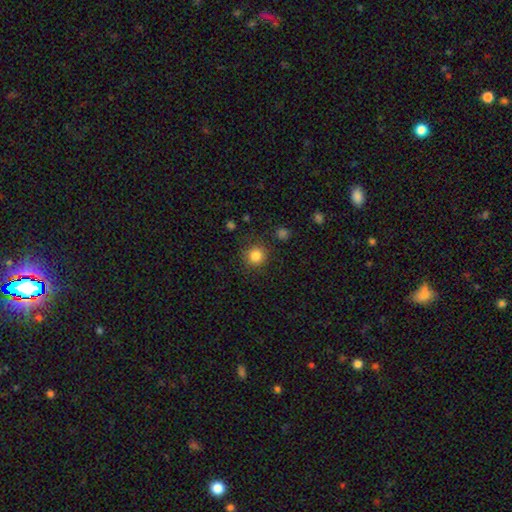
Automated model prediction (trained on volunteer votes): Morphology: type=smooth (85%); roundness=round (93%); merging=none (86%).